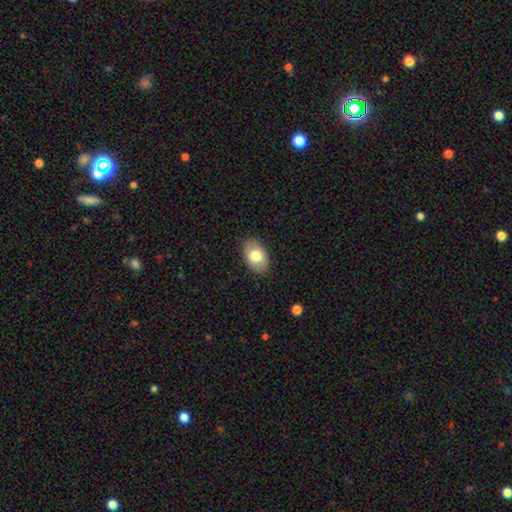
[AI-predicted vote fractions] A smooth galaxy with no disk features (78%) that is in between round and cigar-shaped (90%).

Vote fractions:
- Smooth or featured? smooth: 78% / featured or disk: 16% / star or artifact: 7%
- How rounded? in between: 90% / round: 9% / cigar-shaped: 1%
- Merging? none: 87% / minor disturbance: 10% / major disturbance: 2% / merger: 1%